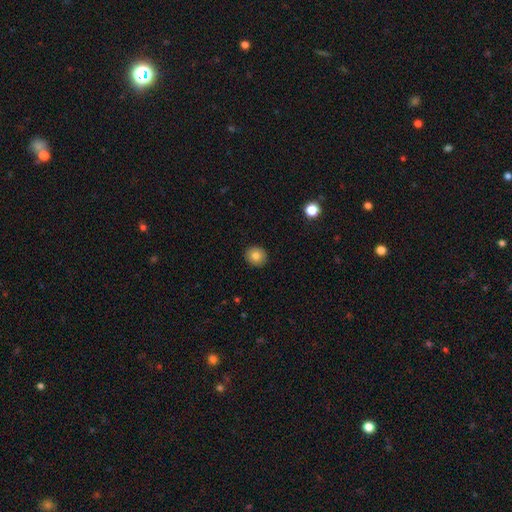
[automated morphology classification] type=smooth (79%); roundness=round (80%); merging=none (91%).